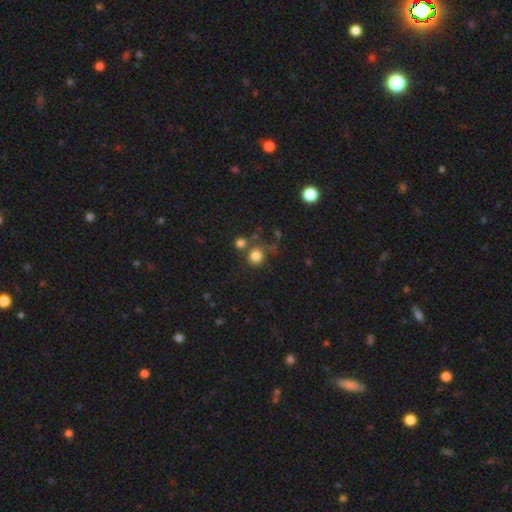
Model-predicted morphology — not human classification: smooth_or_featured: smooth (p=0.80) [alt: star or artifact p=0.13]
how_rounded: round (p=0.89) [alt: in between p=0.10]
merging: none (p=0.65) [alt: merger p=0.18]